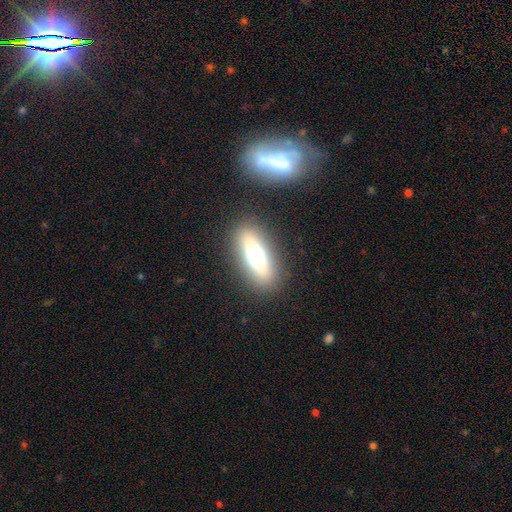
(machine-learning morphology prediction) The model was most divided on "smooth or featured": smooth: 54%, featured or disk: 32%, star or artifact: 14%. More confident: merging — none (86%); how rounded — in between (66%).